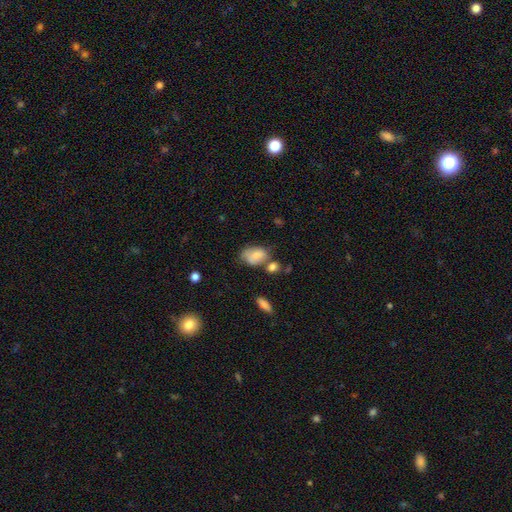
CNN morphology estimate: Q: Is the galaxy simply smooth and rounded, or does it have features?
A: smooth — 75%.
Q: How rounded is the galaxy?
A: in between — 83%.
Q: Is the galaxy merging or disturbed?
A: none — 39%.